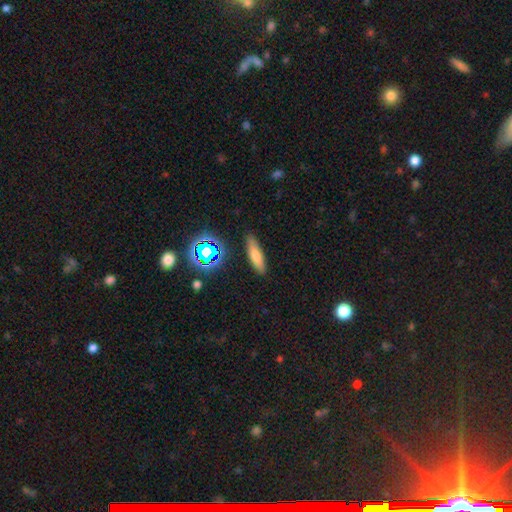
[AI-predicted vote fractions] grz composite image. It shows a smooth galaxy with no disk features (66%) that is cigar-shaped (59%). Merging: none (87%).